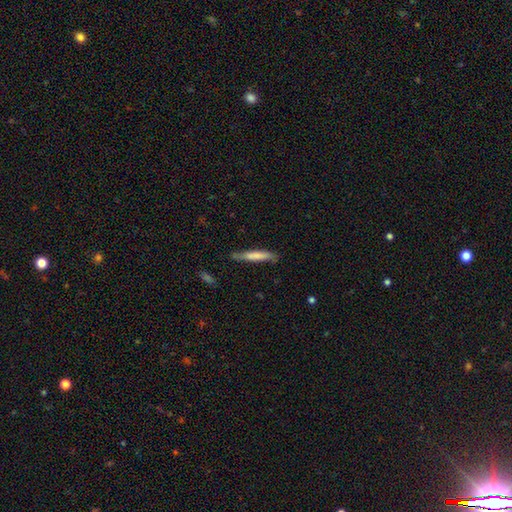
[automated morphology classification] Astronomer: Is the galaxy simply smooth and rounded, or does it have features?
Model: smooth — 72%.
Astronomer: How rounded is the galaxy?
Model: cigar-shaped — 92%.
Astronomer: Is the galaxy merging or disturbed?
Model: none — 74%.